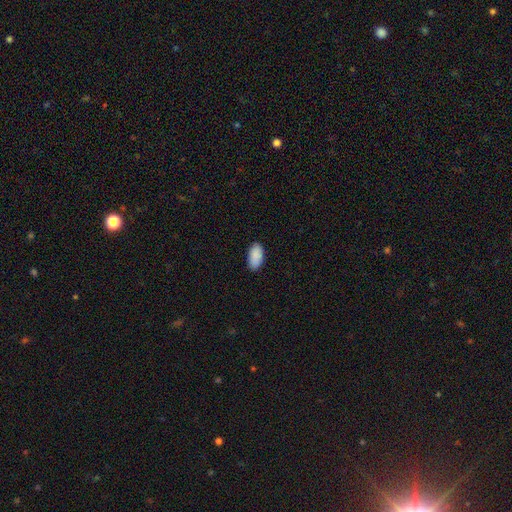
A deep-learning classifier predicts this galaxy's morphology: type=smooth (90%); roundness=in between (95%); merging=none (86%).